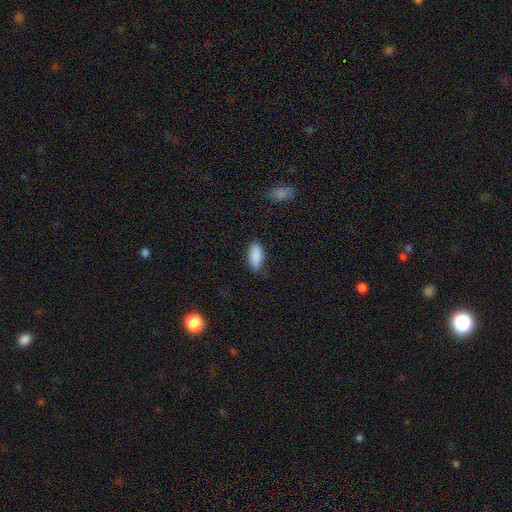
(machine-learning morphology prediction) Smooth or featured? Predicted: smooth (p=0.89). How rounded? Predicted: in between (p=0.89). Merging? Predicted: none (p=0.77).